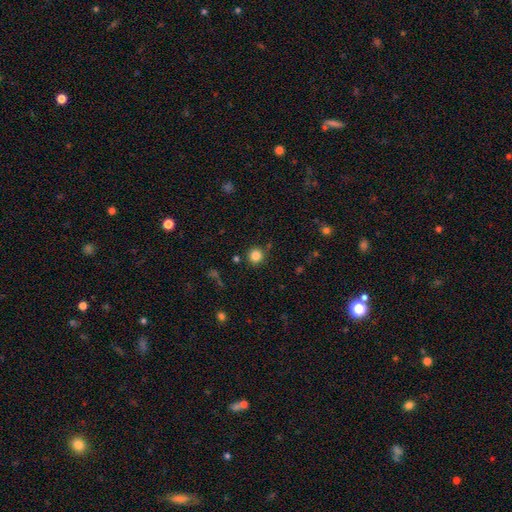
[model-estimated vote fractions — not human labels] The model was most divided on "smooth or featured": smooth: 84%, star or artifact: 12%, featured or disk: 5%. More confident: how rounded — round (94%); merging — none (87%).